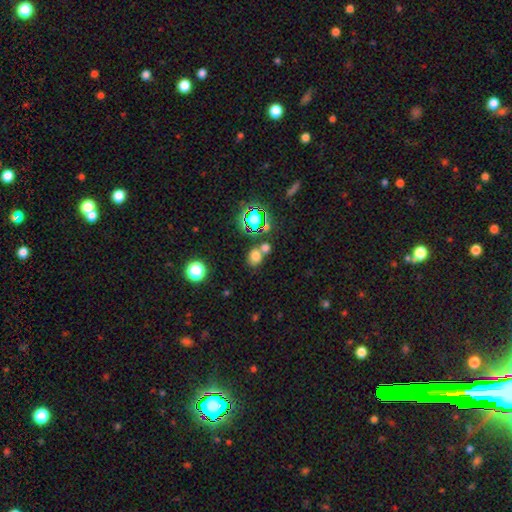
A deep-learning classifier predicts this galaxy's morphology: type=smooth (69%); roundness=round (56%); merging=none (53%).